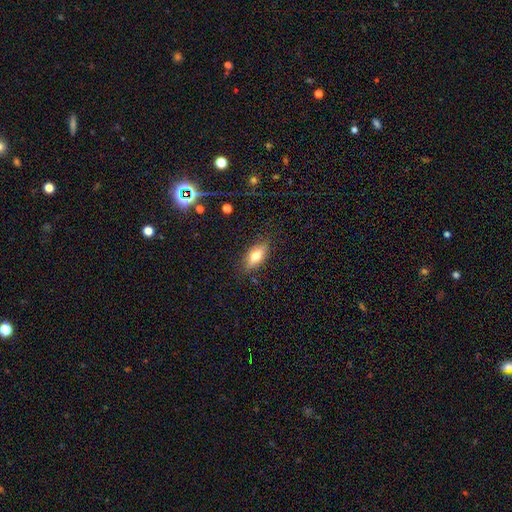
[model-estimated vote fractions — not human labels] A smooth galaxy with no disk features (64%) that is in between round and cigar-shaped (77%).

Vote fractions:
- Smooth or featured? smooth: 64% / featured or disk: 28% / star or artifact: 8%
- How rounded? in between: 77% / cigar-shaped: 18% / round: 4%
- Merging? none: 84% / minor disturbance: 12% / major disturbance: 3% / merger: 1%